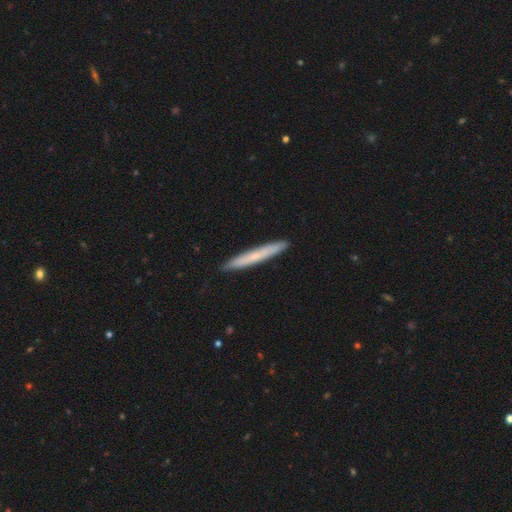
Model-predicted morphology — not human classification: smooth_or_featured: smooth (p=0.56) [alt: featured or disk p=0.37]
how_rounded: cigar-shaped (p=0.97) [alt: in between p=0.02]
merging: none (p=0.90) [alt: minor disturbance p=0.07]